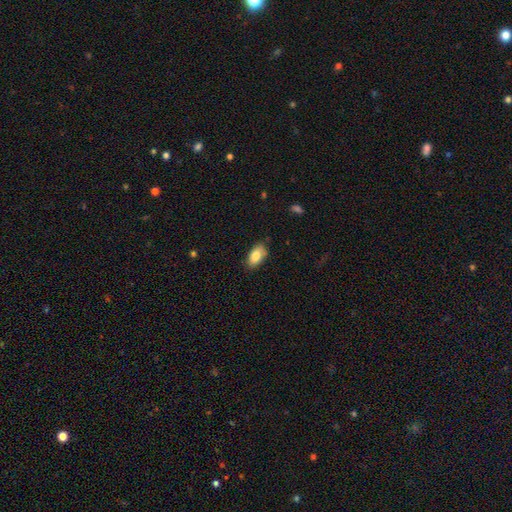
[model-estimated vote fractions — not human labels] This is clearly a smooth galaxy (82%). How rounded: clearly in between (92%). Merging: likely none (79%).